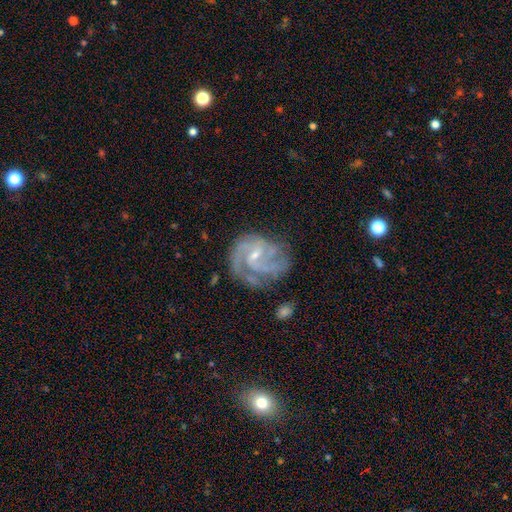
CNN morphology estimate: This appears to be a featured or disk galaxy (89%) with a weak bar (53%), 2 (44%) medium (48%) spiral arms (97%) and a small central bulge (71%). Merging: none (60%).